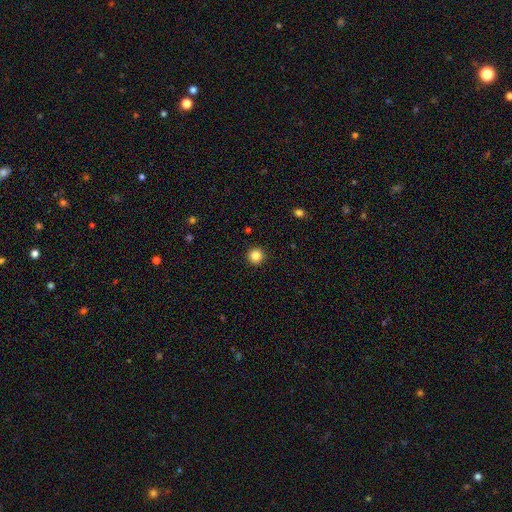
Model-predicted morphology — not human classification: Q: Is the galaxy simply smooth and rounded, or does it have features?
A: smooth — 84%.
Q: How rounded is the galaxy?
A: round — 96%.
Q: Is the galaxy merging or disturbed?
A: none — 94%.